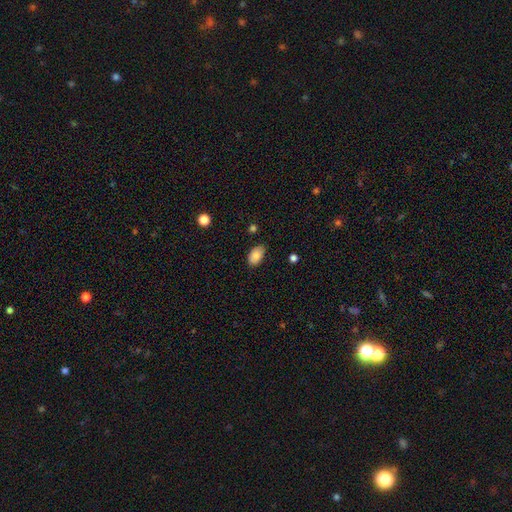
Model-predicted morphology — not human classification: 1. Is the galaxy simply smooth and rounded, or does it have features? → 84% smooth, 9% featured or disk, 8% star or artifact.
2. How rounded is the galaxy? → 91% in between, 7% round, 1% cigar-shaped.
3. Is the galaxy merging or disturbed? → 74% none, 22% minor disturbance, 3% major disturbance, 1% merger.